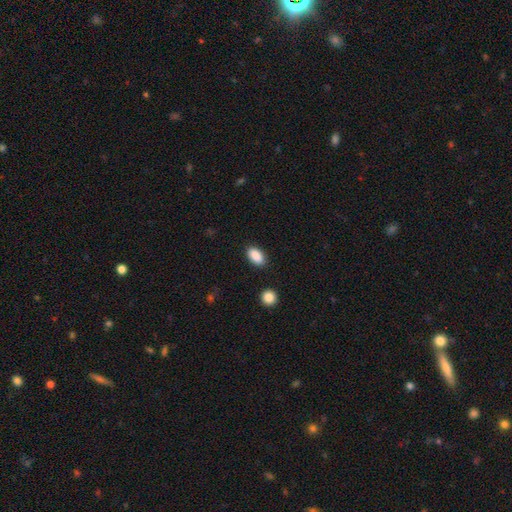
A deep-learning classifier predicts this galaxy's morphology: This is clearly a smooth galaxy (89%). How rounded: clearly in between (92%). Merging: clearly none (87%).